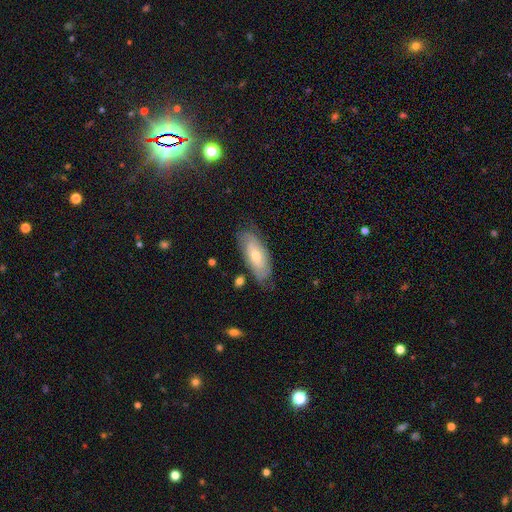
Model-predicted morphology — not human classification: smooth_or_featured: featured or disk (p=0.46) [alt: smooth p=0.34]
merging: none (p=0.79) [alt: minor disturbance p=0.15]